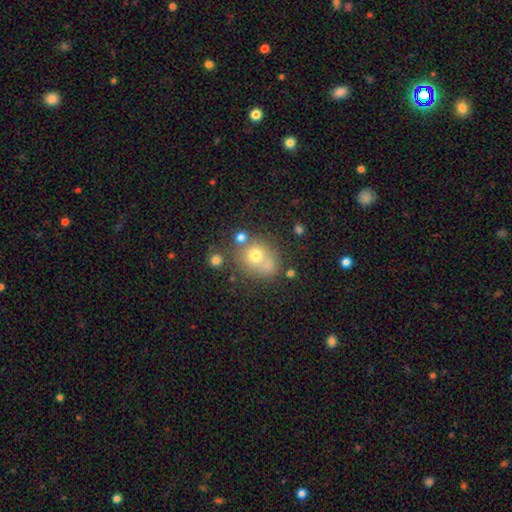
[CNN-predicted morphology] This is likely a smooth galaxy (69%). How rounded: likely round (76%). Merging: possibly none (52%).